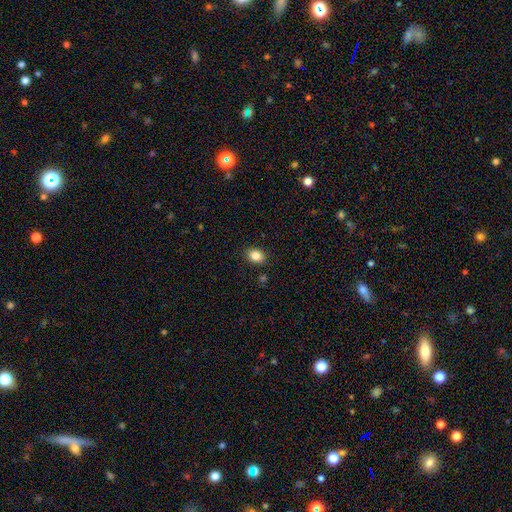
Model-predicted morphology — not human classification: This is clearly a smooth galaxy (85%). How rounded: possibly in between (59%). Merging: clearly none (87%).